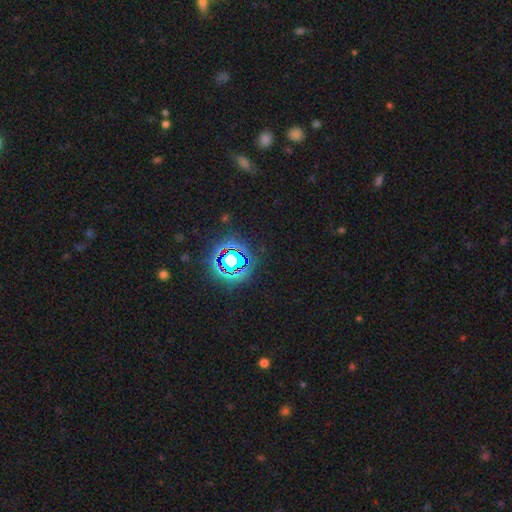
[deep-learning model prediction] star or artifact 82%, smooth 11%, featured or disk 7%.